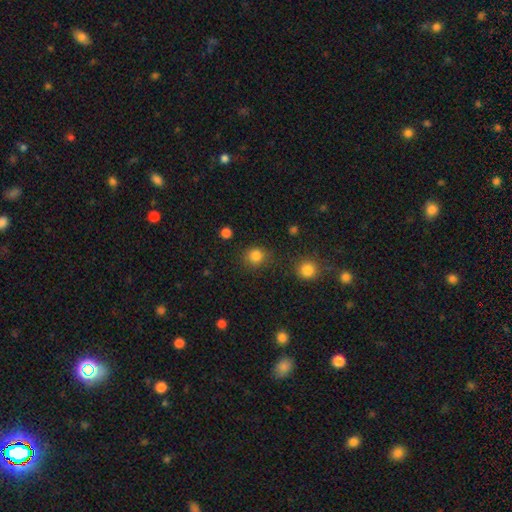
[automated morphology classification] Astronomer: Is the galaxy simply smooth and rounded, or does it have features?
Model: smooth — 83%.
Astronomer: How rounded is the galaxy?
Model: round — 89%.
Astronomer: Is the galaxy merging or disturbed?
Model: none — 84%.